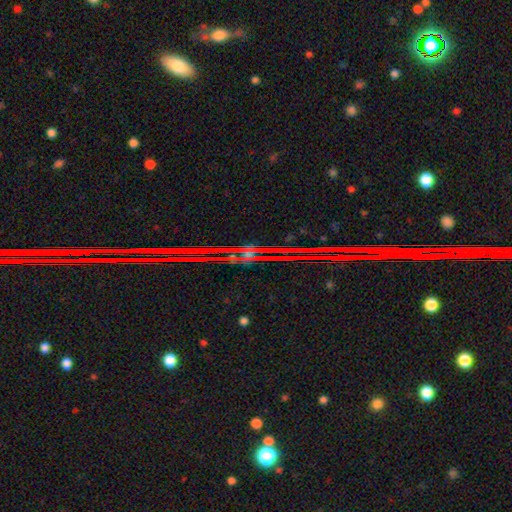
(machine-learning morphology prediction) star or artifact 83%, featured or disk 9%, smooth 8%.